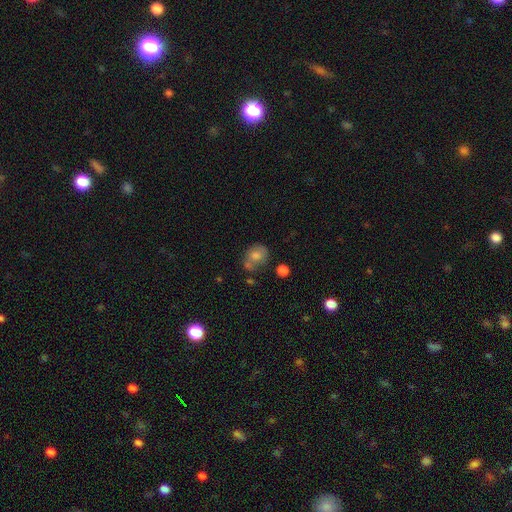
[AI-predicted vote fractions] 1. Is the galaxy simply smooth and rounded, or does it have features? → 63% smooth, 22% featured or disk, 15% star or artifact.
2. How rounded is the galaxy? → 57% round, 42% in between, 1% cigar-shaped.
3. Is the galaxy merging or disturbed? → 49% none, 22% minor disturbance, 18% merger, 10% major disturbance.